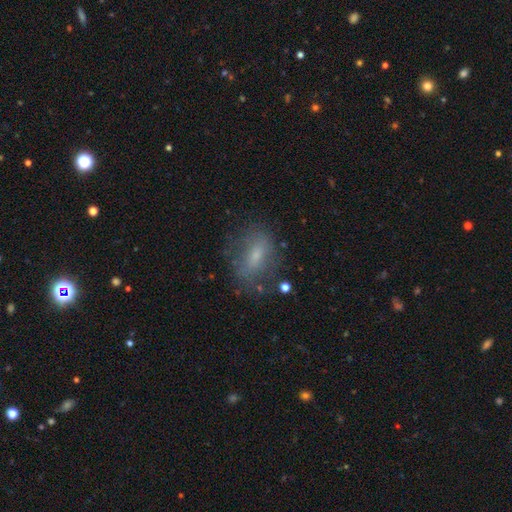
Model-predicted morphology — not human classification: Smooth or featured: smooth — 57% (featured or disk — 31%)
How rounded: in between — 75% (round — 16%)
Merging: none — 65% (minor disturbance — 20%)